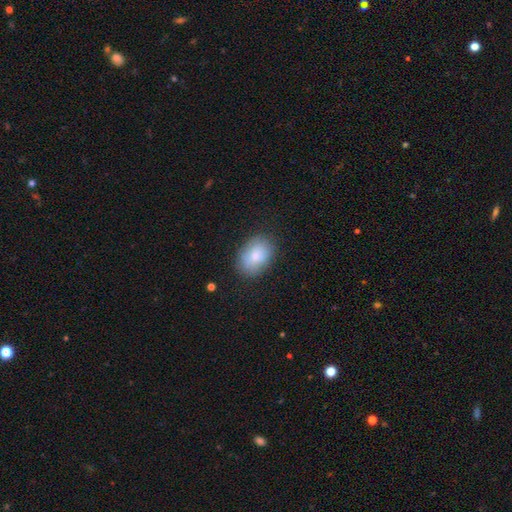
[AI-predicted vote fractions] smooth 82%, featured or disk 11%, star or artifact 7%. Down the decision tree: how rounded — in between (75%); merging — none (82%).